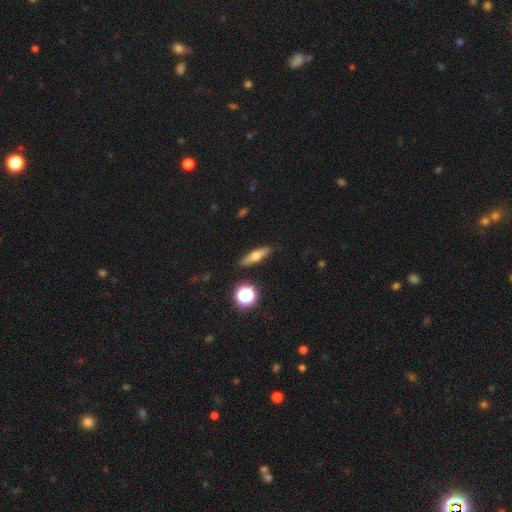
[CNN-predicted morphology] Smooth or featured? smooth (50%)
How rounded? cigar-shaped (63%)
Merging? none (90%)